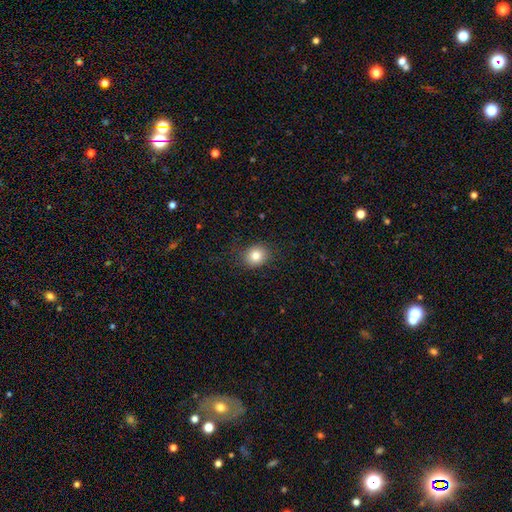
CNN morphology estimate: This is clearly a smooth galaxy (81%). How rounded: likely round (73%). Merging: clearly none (85%).